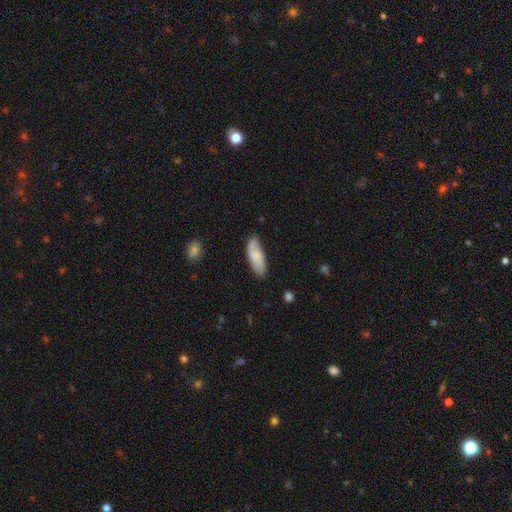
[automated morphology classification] Smooth or featured?
  - smooth: 76% *
  - featured or disk: 18%
  - star or artifact: 6%
How rounded?
  - in between: 67% *
  - cigar-shaped: 32%
  - round: 2%
Merging?
  - none: 76% *
  - minor disturbance: 19%
  - major disturbance: 3%
  - merger: 2%